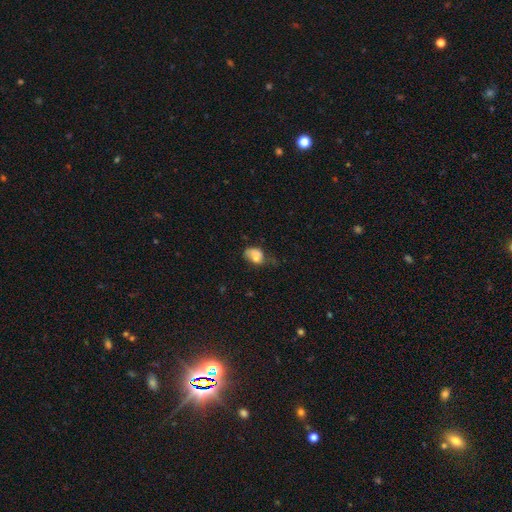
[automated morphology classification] Smooth or featured? smooth (70%)
How rounded? in between (76%)
Merging? minor disturbance (33%)